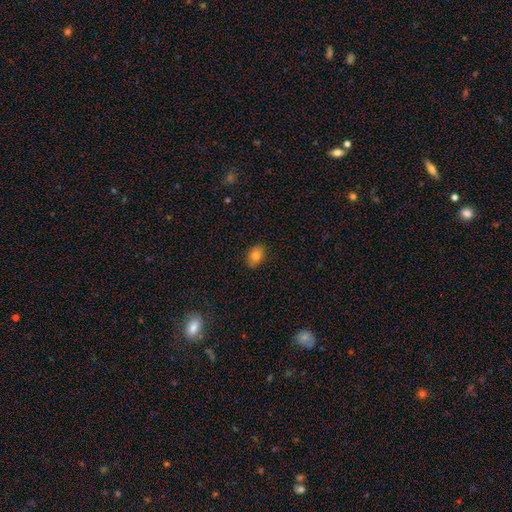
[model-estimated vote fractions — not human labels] Smooth or featured?
  - smooth: 78% *
  - featured or disk: 13%
  - star or artifact: 9%
How rounded?
  - in between: 78% *
  - round: 21%
  - cigar-shaped: 1%
Merging?
  - none: 86% *
  - minor disturbance: 11%
  - major disturbance: 2%
  - merger: 1%